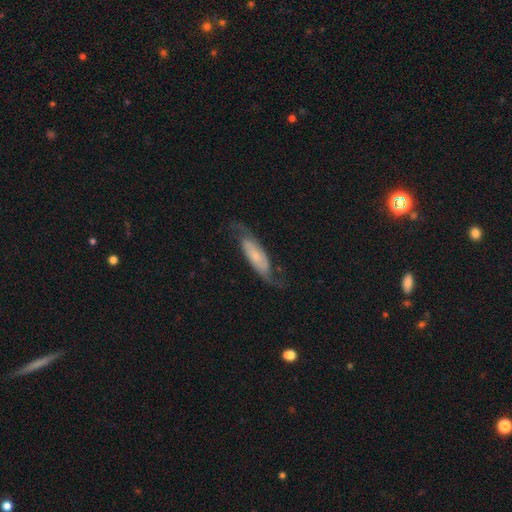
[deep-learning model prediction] Overall: featured or disk (70%). Edge-on disk: no (83%). Bar: no (58%; weak 27%). Spiral arms: yes (92%). Spiral arm count: 2 (88%). Spiral winding: loose (47%; medium 36%). Bulge size: small (61%). Merging: none (67%).